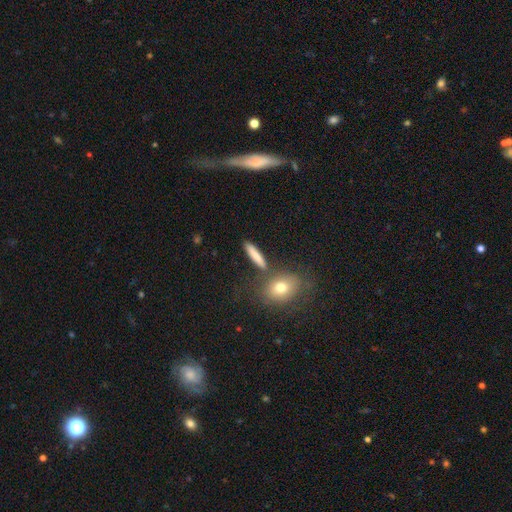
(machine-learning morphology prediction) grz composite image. It shows a smooth galaxy with no disk features (77%) that is cigar-shaped (72%). Merging: none (79%).